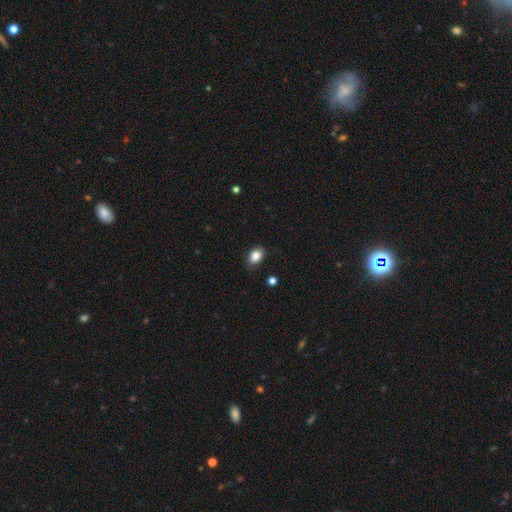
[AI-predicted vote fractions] This appears to be a smooth galaxy with no disk features (85%) that is in between round and cigar-shaped (78%). Merging: none (81%).